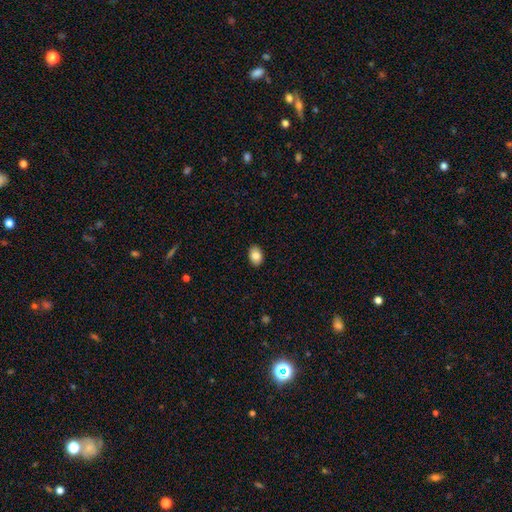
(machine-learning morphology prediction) Q: Smooth or featured?
A: smooth (84%); runner-up: featured or disk (8%)
Q: How rounded?
A: in between (82%); runner-up: round (17%)
Q: Merging?
A: none (89%); runner-up: minor disturbance (8%)